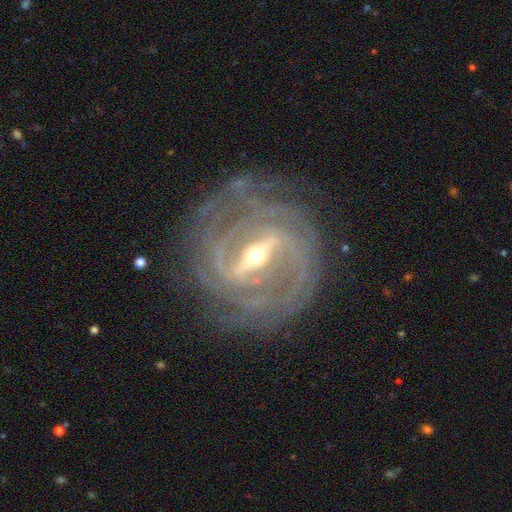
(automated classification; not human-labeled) Q: Smooth or featured?
A: featured or disk (92%); runner-up: star or artifact (5%)
Q: Edge-on disk?
A: no (94%); runner-up: yes (6%)
Q: Bar?
A: strong (76%); runner-up: weak (19%)
Q: Spiral arms?
A: yes (97%); runner-up: no (3%)
Q: Spiral winding?
A: tight (73%); runner-up: medium (22%)
Q: Spiral arm count?
A: 4 (22%); runner-up: can't tell (21%)
Q: Bulge size?
A: small (51%); runner-up: moderate (45%)
Q: Merging?
A: none (79%); runner-up: minor disturbance (13%)